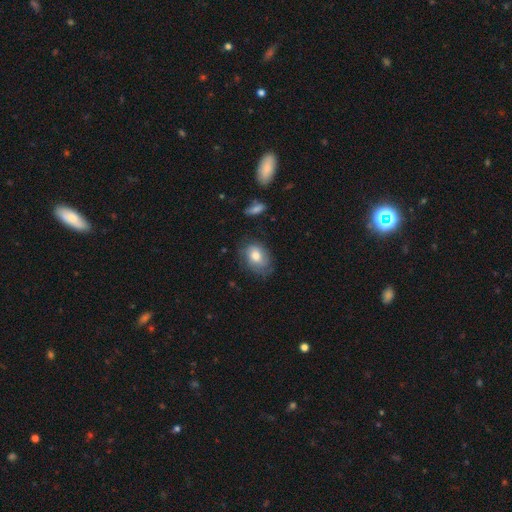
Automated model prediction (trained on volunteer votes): Overall: smooth (64%; featured or disk 28%). How rounded: in between (70%). Merging: none (65%).